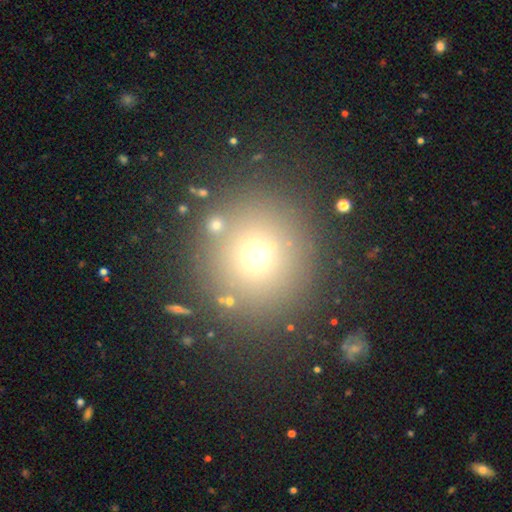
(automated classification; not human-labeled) This appears to be a smooth galaxy with no disk features (64%) that is round (91%). Merging: none (84%).